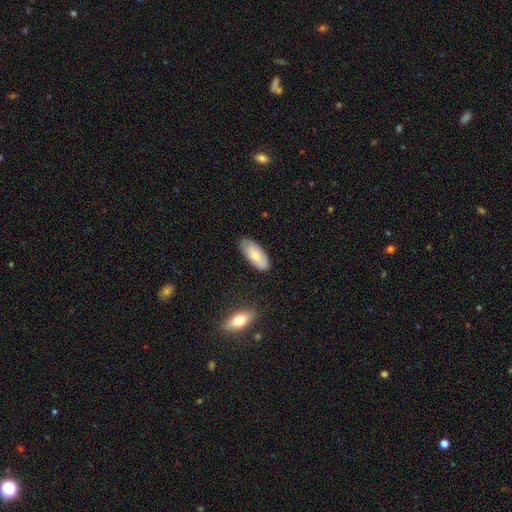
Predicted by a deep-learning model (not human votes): A smooth galaxy with no disk features (74%) that is in between round and cigar-shaped (86%). Merging: none (76%).